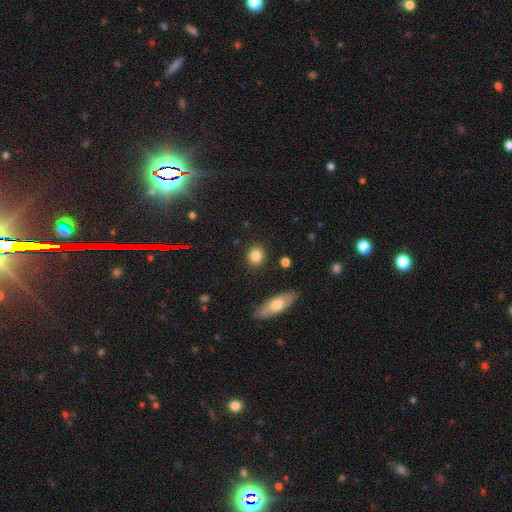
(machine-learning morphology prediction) Smooth or featured? Predicted: smooth (p=0.84). How rounded? Predicted: round (p=0.68). Merging? Predicted: none (p=0.89).